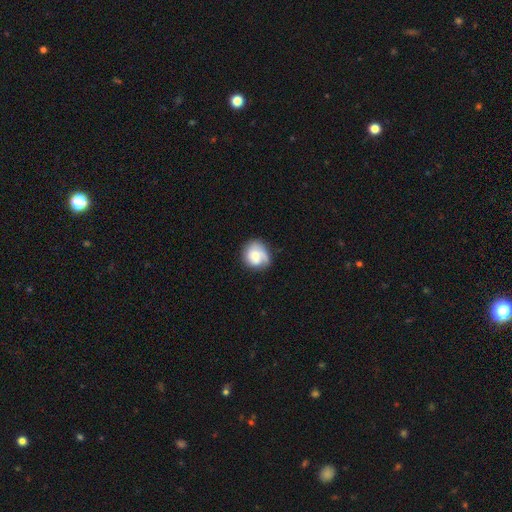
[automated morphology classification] Smooth or featured? Predicted: smooth (p=0.58). How rounded? Predicted: round (p=0.77). Merging? Predicted: none (p=0.60).